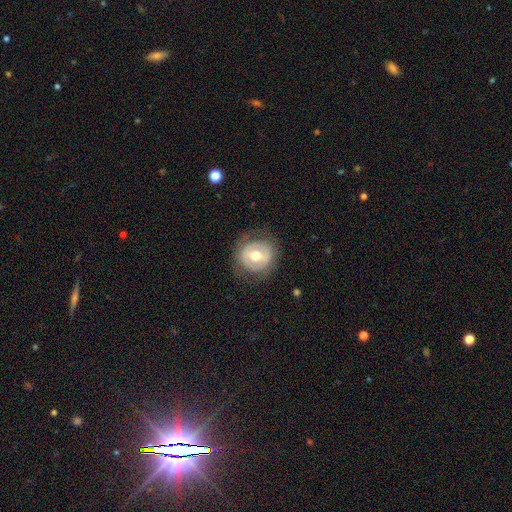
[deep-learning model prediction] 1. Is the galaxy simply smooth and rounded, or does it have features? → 47% smooth, 46% featured or disk, 7% star or artifact.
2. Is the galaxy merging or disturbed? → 78% none, 14% minor disturbance, 7% major disturbance, 1% merger.